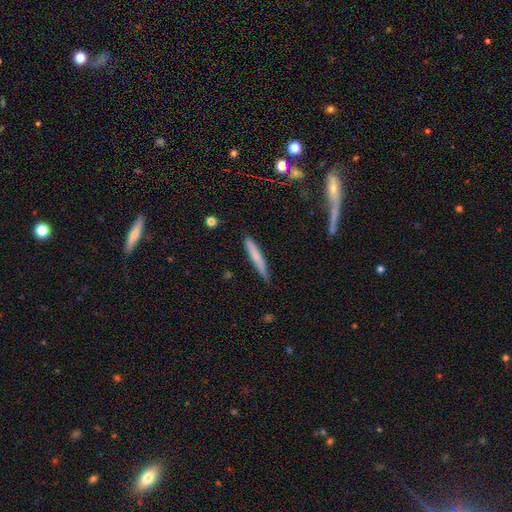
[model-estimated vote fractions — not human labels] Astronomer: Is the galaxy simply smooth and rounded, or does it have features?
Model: smooth — 70%.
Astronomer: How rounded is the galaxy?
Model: cigar-shaped — 95%.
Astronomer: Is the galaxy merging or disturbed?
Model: none — 81%.